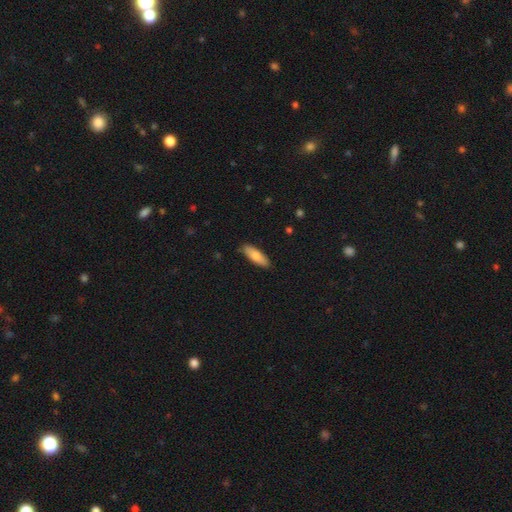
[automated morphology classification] Smooth or featured? Predicted: smooth (p=0.78). How rounded? Predicted: in between (p=0.58). Merging? Predicted: none (p=0.85).